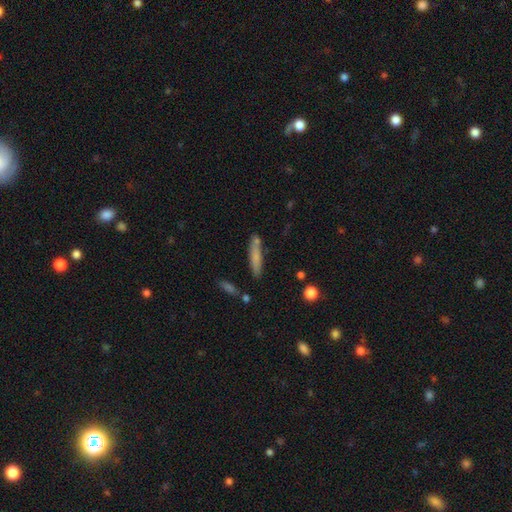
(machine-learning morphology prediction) Smooth or featured?
  - smooth: 69% *
  - featured or disk: 23%
  - star or artifact: 8%
How rounded?
  - cigar-shaped: 89% *
  - in between: 10%
  - round: 2%
Merging?
  - none: 77% *
  - minor disturbance: 13%
  - merger: 7%
  - major disturbance: 3%